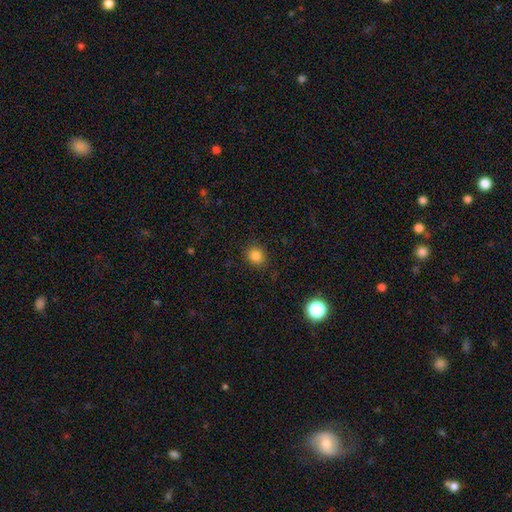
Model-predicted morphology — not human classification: smooth 84%, star or artifact 12%, featured or disk 4%. Down the decision tree: how rounded — round (79%); merging — none (87%).